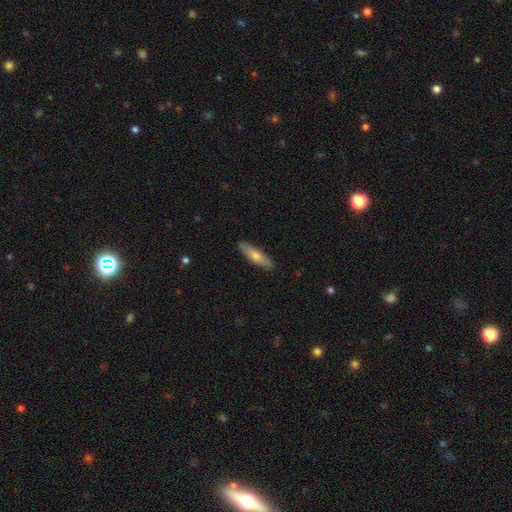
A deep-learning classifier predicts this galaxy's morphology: smooth-or-featured: smooth: 63% | featured or disk: 31% | star or artifact: 6%
  how-rounded: cigar-shaped: 70% | in between: 28% | round: 2%
  merging: none: 89% | minor disturbance: 8% | major disturbance: 2% | merger: 1%